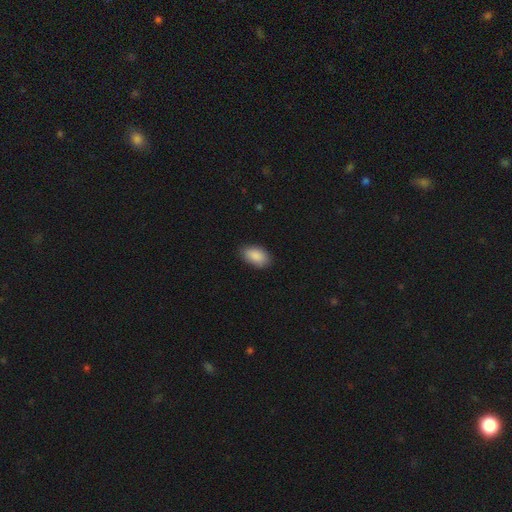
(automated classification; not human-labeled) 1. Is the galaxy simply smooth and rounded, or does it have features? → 89% smooth, 6% star or artifact, 4% featured or disk.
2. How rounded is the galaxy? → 93% in between, 5% round, 2% cigar-shaped.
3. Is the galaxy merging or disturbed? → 83% none, 14% minor disturbance, 3% major disturbance, 1% merger.